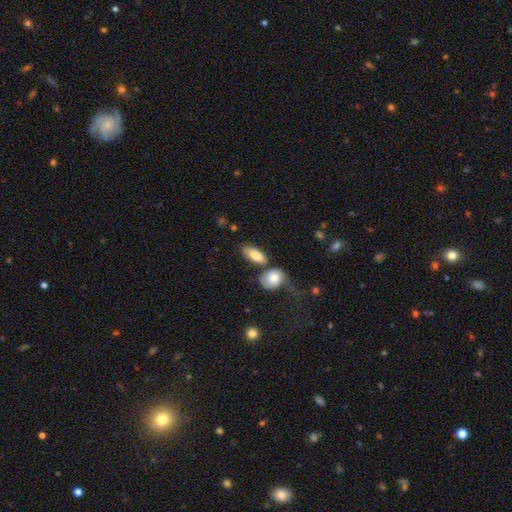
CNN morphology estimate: Smooth or featured: smooth — 77% (featured or disk — 17%)
How rounded: in between — 87% (cigar-shaped — 8%)
Merging: none — 51% (merger — 28%)